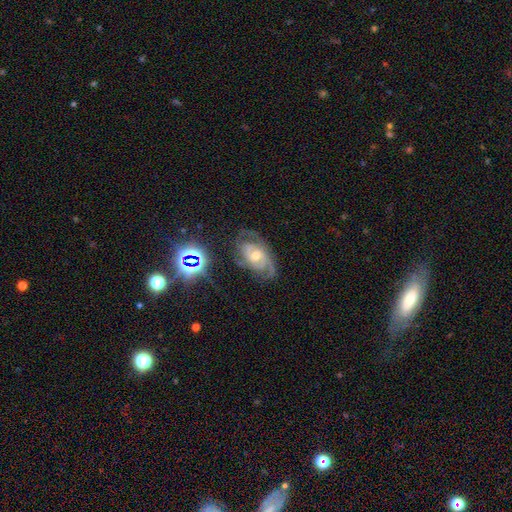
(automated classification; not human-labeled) Smooth or featured? featured or disk (82%)
Edge-on disk? no (96%)
Bar? no (61%)
Spiral arms? yes (96%)
Spiral winding? tight (55%)
Spiral arm count? 2 (40%)
Bulge size? moderate (60%)
Merging? none (68%)